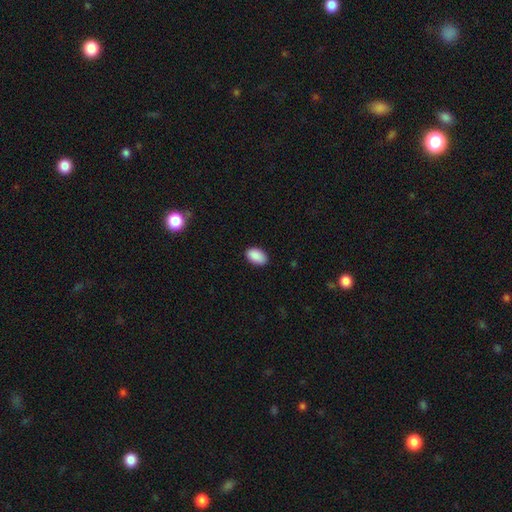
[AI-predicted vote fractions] Overall: smooth (91%). How rounded: in between (93%). Merging: none (87%).